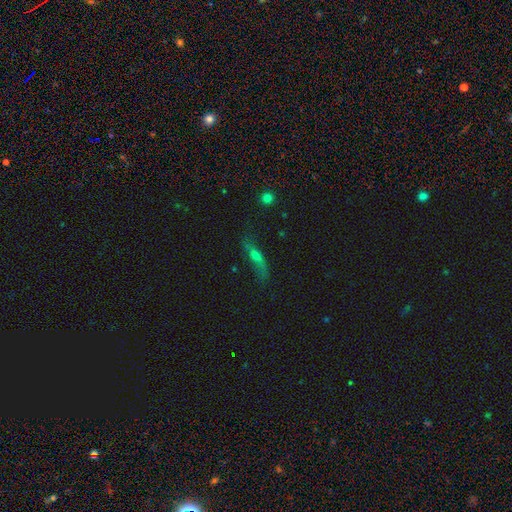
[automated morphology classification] Smooth or featured: featured or disk — 51% (smooth — 37%)
Edge-on disk: yes — 51% (no — 49%)
Merging: none — 60% (minor disturbance — 23%)